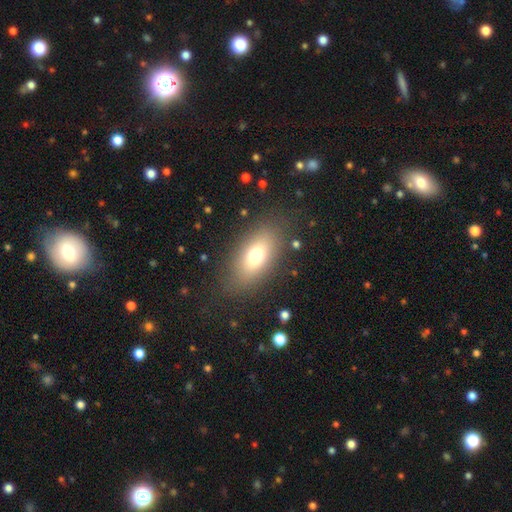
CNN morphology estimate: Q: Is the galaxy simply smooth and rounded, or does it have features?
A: smooth — 71%.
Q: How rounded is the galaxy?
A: in between — 84%.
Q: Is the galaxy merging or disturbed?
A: none — 81%.